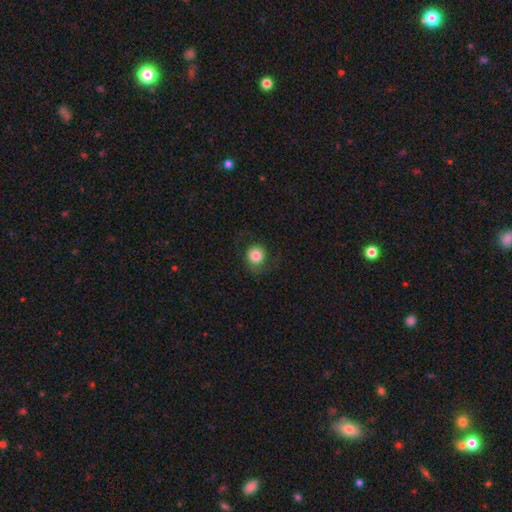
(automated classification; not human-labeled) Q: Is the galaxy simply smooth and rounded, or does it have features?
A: smooth — 77%.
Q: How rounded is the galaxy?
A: round — 87%.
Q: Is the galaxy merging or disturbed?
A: none — 71%.